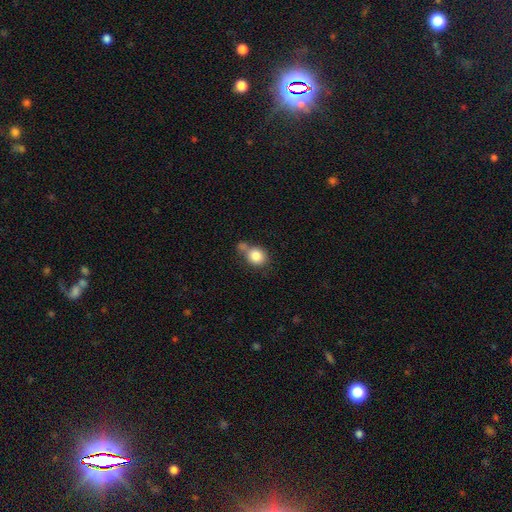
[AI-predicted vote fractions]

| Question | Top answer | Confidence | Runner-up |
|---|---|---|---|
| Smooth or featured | smooth | 83% | star or artifact (9%) |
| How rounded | round | 71% | in between (28%) |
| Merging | none | 44% | merger (33%) |